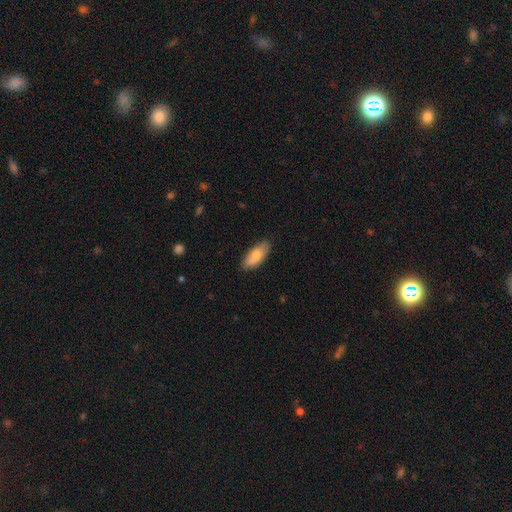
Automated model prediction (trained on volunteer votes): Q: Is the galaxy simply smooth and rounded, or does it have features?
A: smooth — 76%.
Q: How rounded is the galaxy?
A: in between — 81%.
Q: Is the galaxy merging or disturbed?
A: none — 81%.